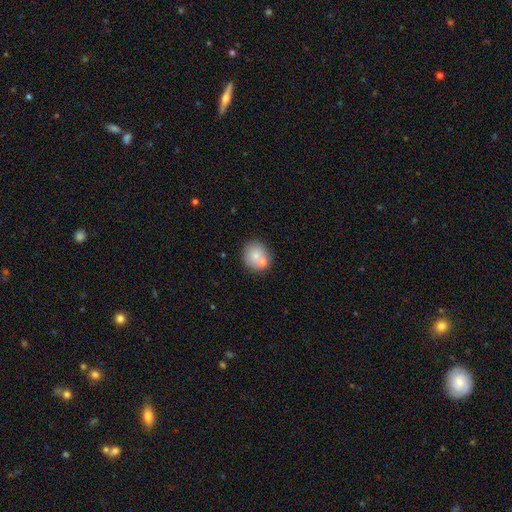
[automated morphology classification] smooth_or_featured: smooth (p=0.72) [alt: featured or disk p=0.19]
how_rounded: round (p=0.85) [alt: in between p=0.14]
merging: none (p=0.62) [alt: merger p=0.24]